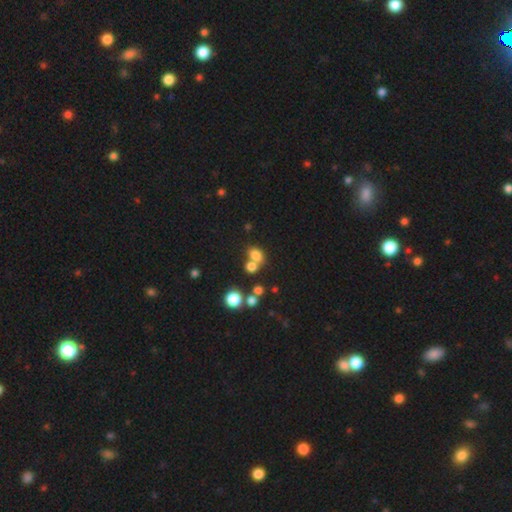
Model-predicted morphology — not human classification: A smooth galaxy with no disk features (74%) that is in between round and cigar-shaped (66%). Merging: none (43%).